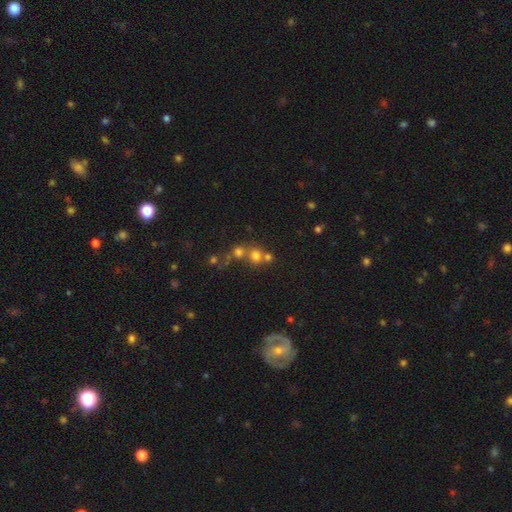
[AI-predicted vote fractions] A smooth galaxy with no disk features (67%) that is round (86%).

Vote fractions:
- Smooth or featured? smooth: 67% / star or artifact: 21% / featured or disk: 12%
- How rounded? round: 86% / in between: 13% / cigar-shaped: 1%
- Merging? none: 49% / merger: 40% / minor disturbance: 7% / major disturbance: 4%